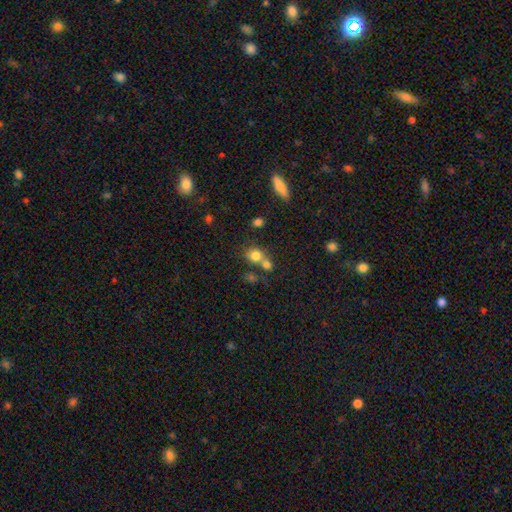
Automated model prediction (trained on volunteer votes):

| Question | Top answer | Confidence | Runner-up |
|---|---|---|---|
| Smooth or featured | smooth | 78% | star or artifact (12%) |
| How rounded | round | 74% | in between (25%) |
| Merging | none | 44% | merger (43%) |